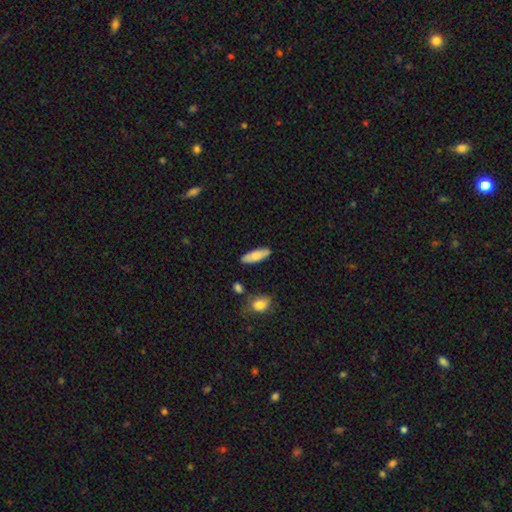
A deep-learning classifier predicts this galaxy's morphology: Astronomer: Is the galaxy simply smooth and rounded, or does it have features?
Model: smooth — 76%.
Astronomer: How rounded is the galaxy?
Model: in between — 53% (runner-up: cigar-shaped, 45%).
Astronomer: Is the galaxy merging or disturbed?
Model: none — 85%.